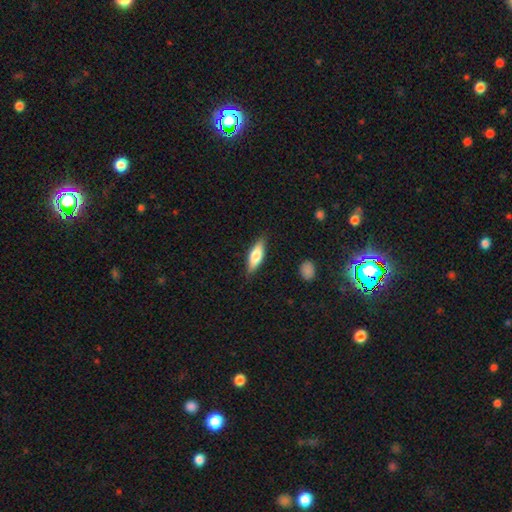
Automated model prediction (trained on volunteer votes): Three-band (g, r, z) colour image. It shows a smooth galaxy with no disk features (69%) that is in between round and cigar-shaped (54%). Merging: none (84%).